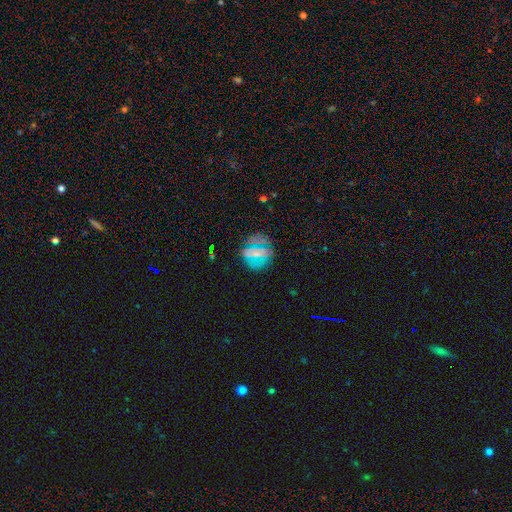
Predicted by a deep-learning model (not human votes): A smooth galaxy with no disk features (56%) that is round (71%). Merging: none (77%).